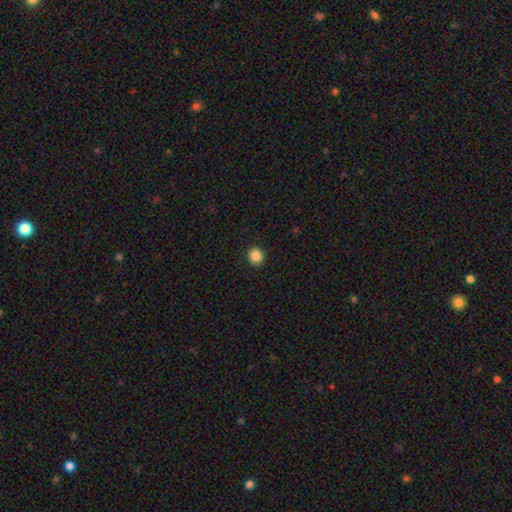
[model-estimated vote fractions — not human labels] Smooth or featured? Predicted: smooth (p=0.86). How rounded? Predicted: round (p=0.85). Merging? Predicted: none (p=0.92).